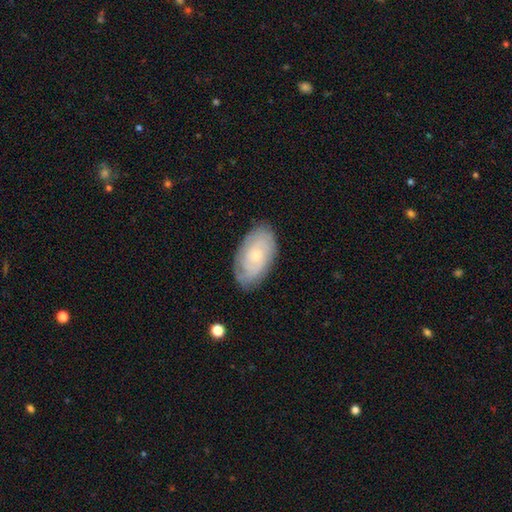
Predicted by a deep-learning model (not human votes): Smooth or featured? Predicted: featured or disk (p=0.70). Edge-on disk? Predicted: no (p=0.95). Bar? Predicted: no (p=0.80). Spiral arms? Predicted: yes (p=0.91). Spiral winding? Predicted: tight (p=0.74). Spiral arm count? Predicted: can't tell (p=0.45). Bulge size? Predicted: small (p=0.76). Merging? Predicted: none (p=0.80).